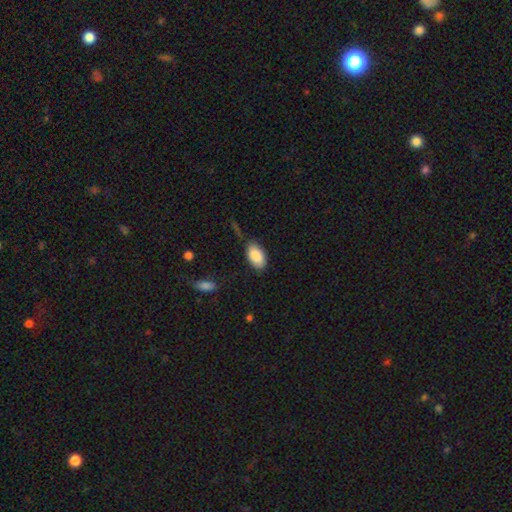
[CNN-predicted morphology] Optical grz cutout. It shows a smooth galaxy with no disk features (87%) that is in between round and cigar-shaped (94%). Merging: none (73%).